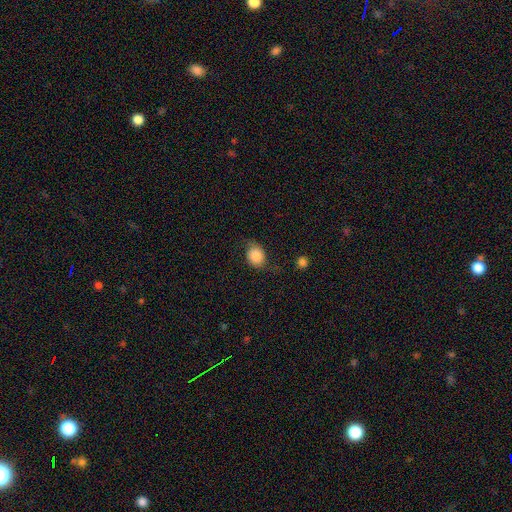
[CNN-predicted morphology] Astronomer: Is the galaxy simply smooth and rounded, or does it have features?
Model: smooth — 79%.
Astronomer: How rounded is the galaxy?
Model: round — 59% (runner-up: in between, 40%).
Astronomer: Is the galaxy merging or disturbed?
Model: none — 59%.